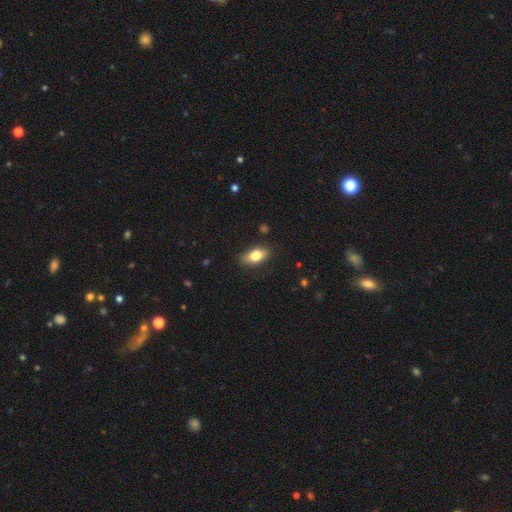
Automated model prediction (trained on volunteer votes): Smooth or featured?
  - smooth: 80% *
  - featured or disk: 13%
  - star or artifact: 7%
How rounded?
  - in between: 87% *
  - cigar-shaped: 7%
  - round: 6%
Merging?
  - none: 84% *
  - minor disturbance: 12%
  - major disturbance: 3%
  - merger: 1%